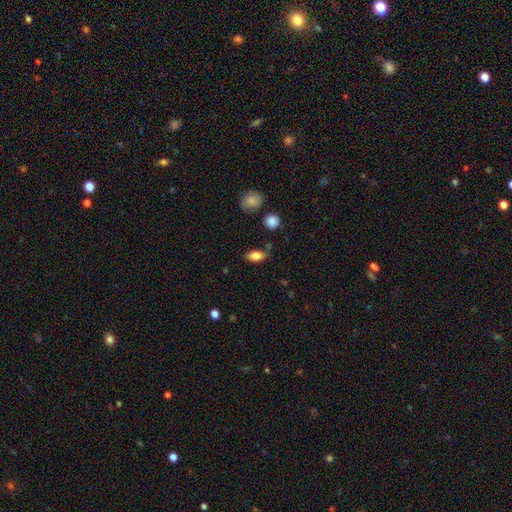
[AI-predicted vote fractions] Overall: smooth (82%). How rounded: in between (88%). Merging: none (79%).